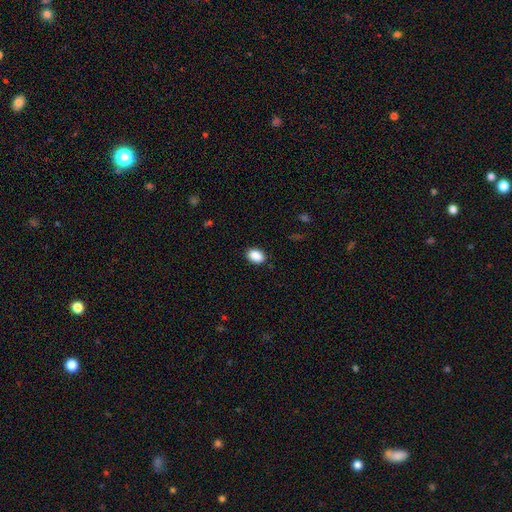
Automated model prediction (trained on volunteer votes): The model was most divided on "how rounded": in between: 83%, round: 16%, cigar-shaped: 1%. More confident: smooth or featured — smooth (90%); merging — none (88%).